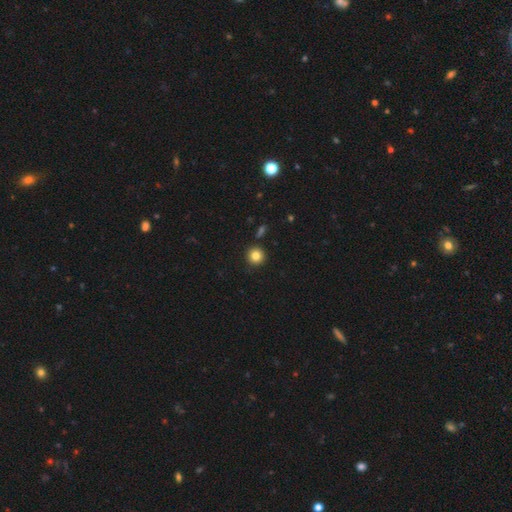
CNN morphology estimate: Overall: smooth (83%). How rounded: round (94%). Merging: none (90%).